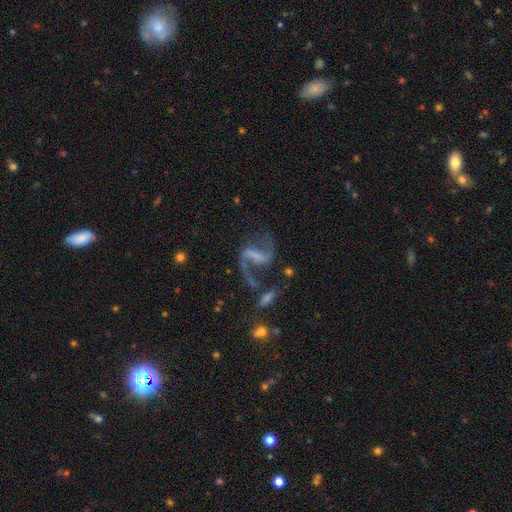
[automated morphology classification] type=featured or disk (87%); edge-on=no (97%); bar=strong (51%); spiral arms=yes (95%); winding=loose (71%); arm count=2 (90%); bulge=none (62%); merging=none (60%).